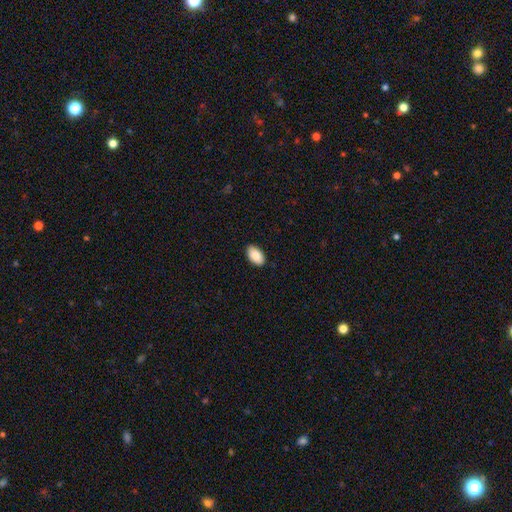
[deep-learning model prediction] Smooth or featured?
  - smooth: 89% *
  - star or artifact: 6%
  - featured or disk: 5%
How rounded?
  - in between: 95% *
  - round: 3%
  - cigar-shaped: 2%
Merging?
  - none: 89% *
  - minor disturbance: 9%
  - major disturbance: 2%
  - merger: 1%